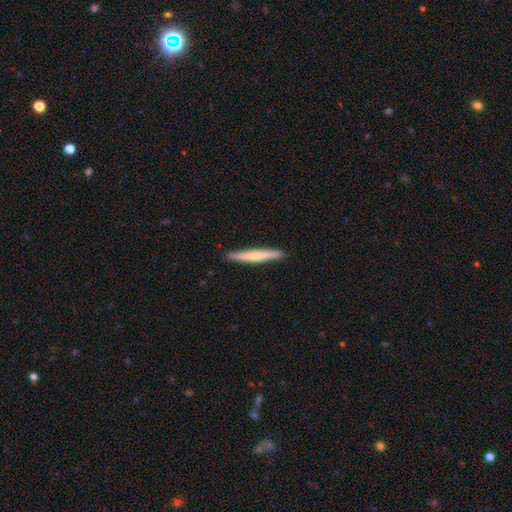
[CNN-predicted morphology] smooth 60%, featured or disk 35%, star or artifact 5%. Down the decision tree: how rounded — cigar-shaped (96%); merging — none (91%).